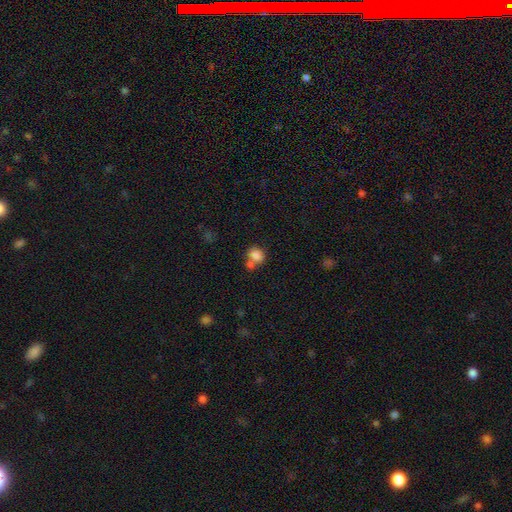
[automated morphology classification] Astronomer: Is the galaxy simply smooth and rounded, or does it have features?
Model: smooth — 83%.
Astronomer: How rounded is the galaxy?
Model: round — 57% (runner-up: in between, 42%).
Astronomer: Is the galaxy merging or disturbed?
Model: none — 48% (runner-up: merger, 37%).